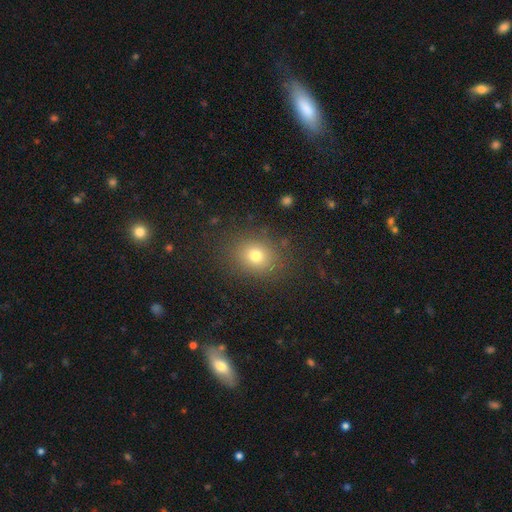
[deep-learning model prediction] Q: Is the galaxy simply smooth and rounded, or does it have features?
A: smooth — 75%.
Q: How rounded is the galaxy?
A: round — 66%.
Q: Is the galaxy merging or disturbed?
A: none — 84%.